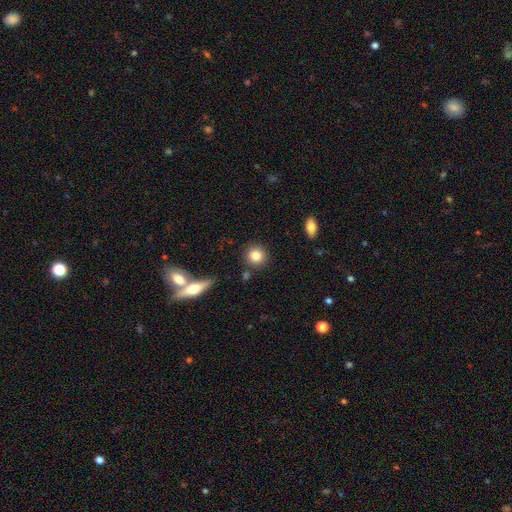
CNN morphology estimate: A smooth galaxy with no disk features (82%) that is round (90%). Merging: none (85%).